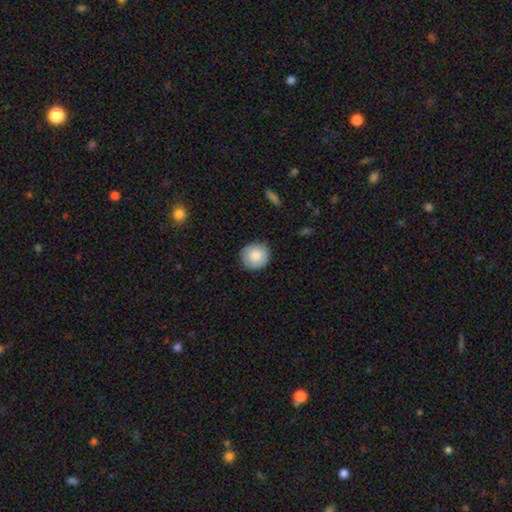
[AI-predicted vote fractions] Q: Smooth or featured?
A: smooth (85%); runner-up: featured or disk (8%)
Q: How rounded?
A: round (91%); runner-up: in between (8%)
Q: Merging?
A: none (86%); runner-up: minor disturbance (11%)